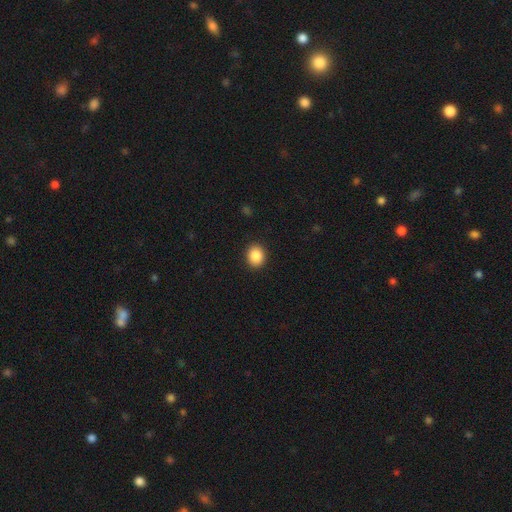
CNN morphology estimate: smooth 87%, star or artifact 9%, featured or disk 4%. Down the decision tree: how rounded — round (65%); merging — none (91%).